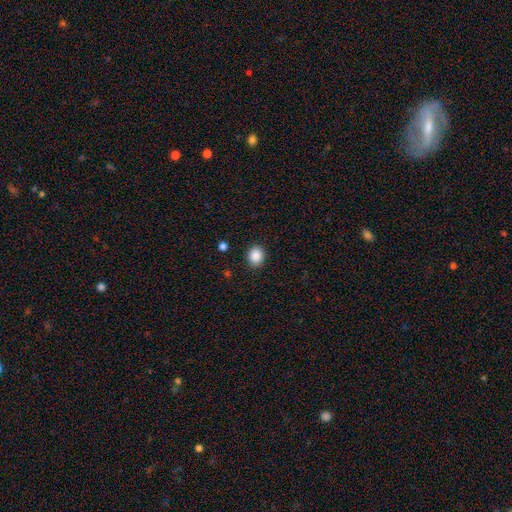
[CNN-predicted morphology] smooth-or-featured: smooth: 88% | star or artifact: 9% | featured or disk: 3%
  how-rounded: round: 60% | in between: 39% | cigar-shaped: 1%
  merging: none: 90% | minor disturbance: 7% | major disturbance: 2% | merger: 1%